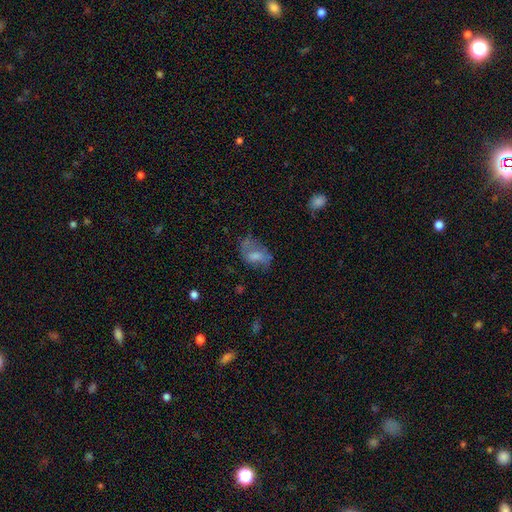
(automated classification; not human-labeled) A smooth galaxy with no disk features (52%) that is in between round and cigar-shaped (84%).

Vote fractions:
- Smooth or featured? smooth: 52% / featured or disk: 38% / star or artifact: 10%
- How rounded? in between: 84% / round: 14% / cigar-shaped: 2%
- Merging? none: 44% / minor disturbance: 27% / major disturbance: 25% / merger: 4%